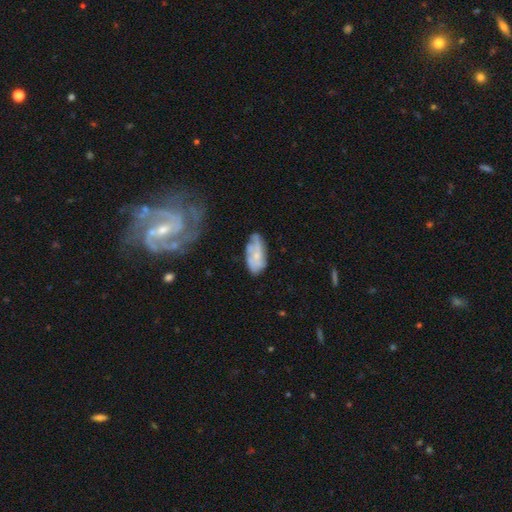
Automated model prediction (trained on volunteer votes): A featured or disk galaxy (52%). Merging: none (54%).